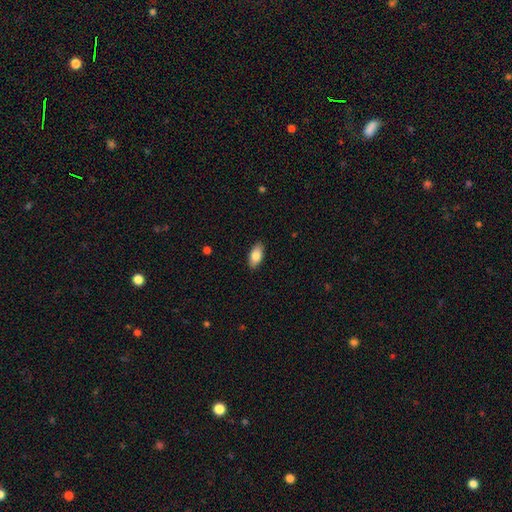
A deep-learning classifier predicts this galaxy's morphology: A smooth galaxy with no disk features (83%) that is in between round and cigar-shaped (90%). Merging: none (89%).